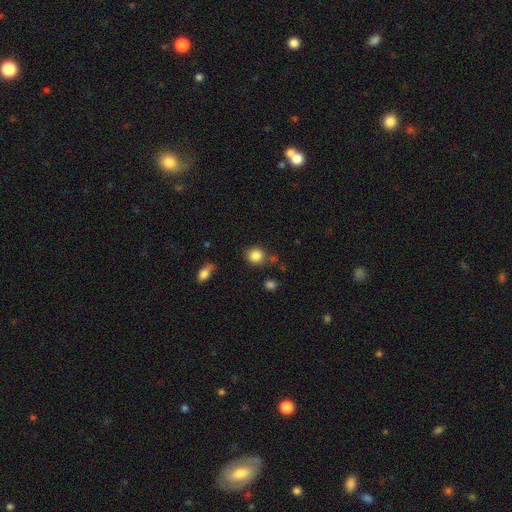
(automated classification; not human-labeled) A smooth galaxy with no disk features (85%) that is round (87%).

Vote fractions:
- Smooth or featured? smooth: 85% / star or artifact: 10% / featured or disk: 5%
- How rounded? round: 87% / in between: 12% / cigar-shaped: 1%
- Merging? none: 77% / minor disturbance: 13% / merger: 7% / major disturbance: 4%